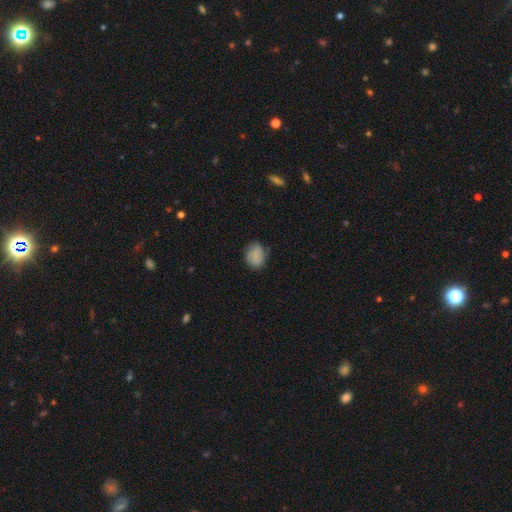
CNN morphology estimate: A smooth galaxy with no disk features (83%) that is in between round and cigar-shaped (51%). Merging: none (74%).